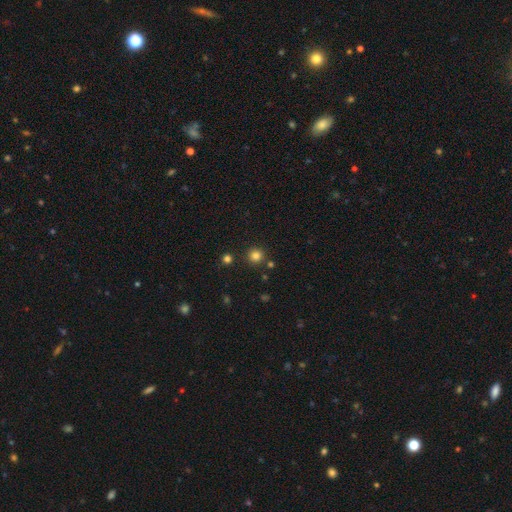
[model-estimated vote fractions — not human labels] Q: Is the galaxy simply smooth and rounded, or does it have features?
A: smooth — 81%.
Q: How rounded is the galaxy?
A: round — 94%.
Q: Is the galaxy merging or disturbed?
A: none — 86%.